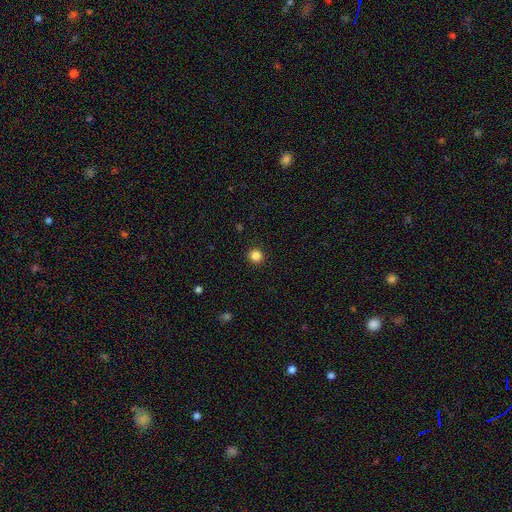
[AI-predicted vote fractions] A smooth galaxy with no disk features (85%) that is round (94%). Merging: none (93%).